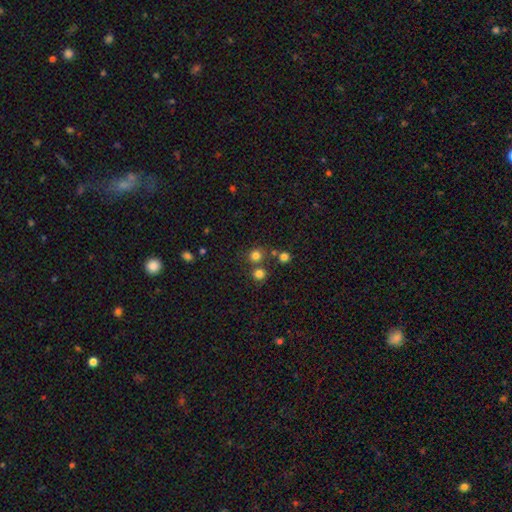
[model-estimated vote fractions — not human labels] Smooth or featured?
  - smooth: 77% *
  - star or artifact: 17%
  - featured or disk: 6%
How rounded?
  - round: 89% *
  - in between: 11%
  - cigar-shaped: 1%
Merging?
  - none: 71% *
  - merger: 17%
  - minor disturbance: 8%
  - major disturbance: 3%